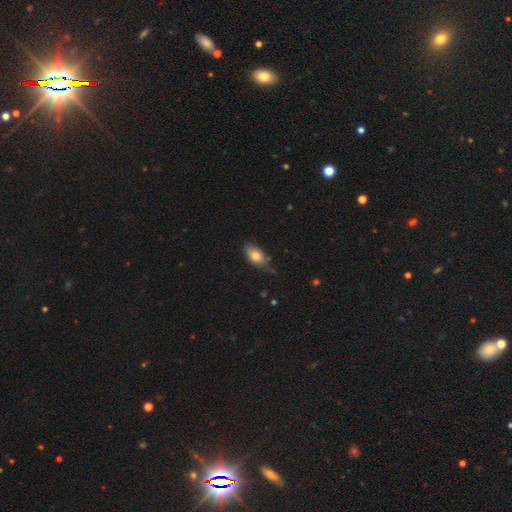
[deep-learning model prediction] smooth 77%, featured or disk 16%, star or artifact 7%. Down the decision tree: how rounded — in between (89%); merging — none (67%).